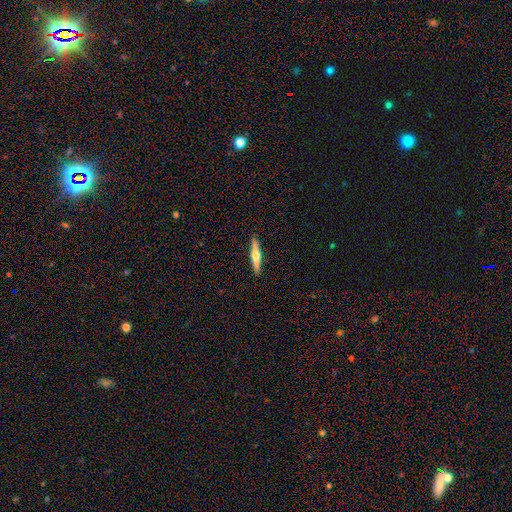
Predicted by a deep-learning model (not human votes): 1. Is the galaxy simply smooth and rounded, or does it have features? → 55% featured or disk, 39% smooth, 5% star or artifact.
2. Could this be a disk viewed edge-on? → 96% yes, 4% no.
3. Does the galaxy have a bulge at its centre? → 92% rounded, 5% none, 3% boxy.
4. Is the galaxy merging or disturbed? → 92% none, 6% minor disturbance, 1% major disturbance, 1% merger.